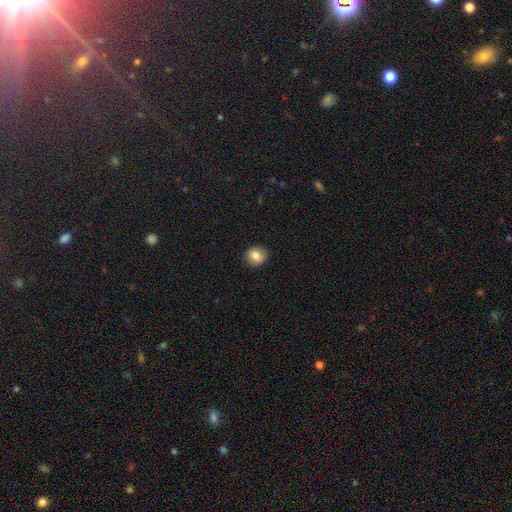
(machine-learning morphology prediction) smooth 83%, star or artifact 9%, featured or disk 8%. Down the decision tree: how rounded — round (85%); merging — none (91%).